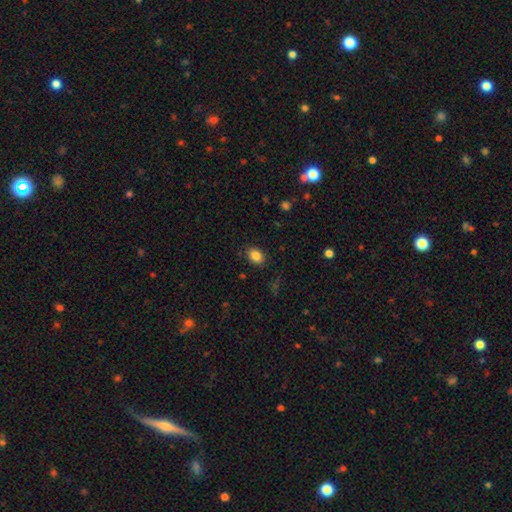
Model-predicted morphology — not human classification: The model was most divided on "how rounded": in between: 73%, round: 26%, cigar-shaped: 1%. More confident: merging — none (86%); smooth or featured — smooth (86%).